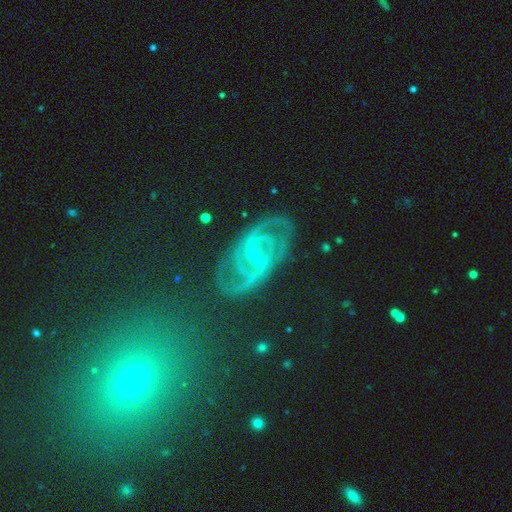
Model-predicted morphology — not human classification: Overall: featured or disk (74%). Edge-on disk: no (95%). Bar: weak (45%; strong 29%). Spiral arms: yes (92%). Spiral arm count: 2 (63%). Spiral winding: medium (45%; tight 38%). Bulge size: small (81%). Merging: none (73%).